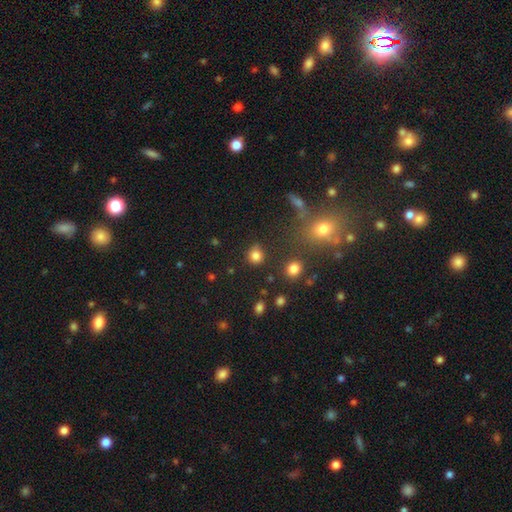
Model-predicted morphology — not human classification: Overall: smooth (82%). How rounded: round (84%). Merging: none (82%).